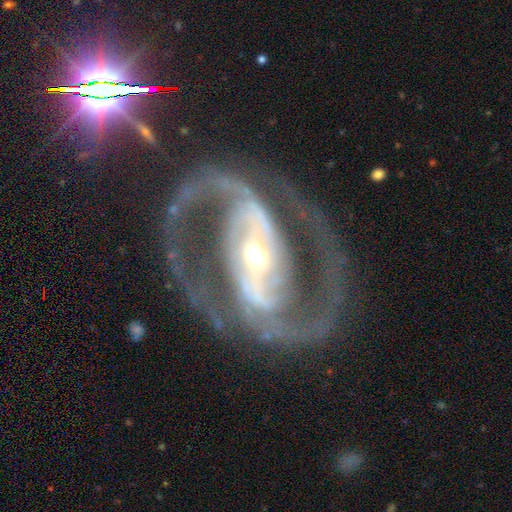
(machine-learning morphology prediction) featured or disk 92%, star or artifact 5%, smooth 3%. Down the decision tree: edge-on disk — no (97%); bar — strong (61%); spiral arms — yes (97%); spiral arm count — 2 (93%); spiral winding — medium (61%); bulge size — moderate (52%); merging — none (77%).